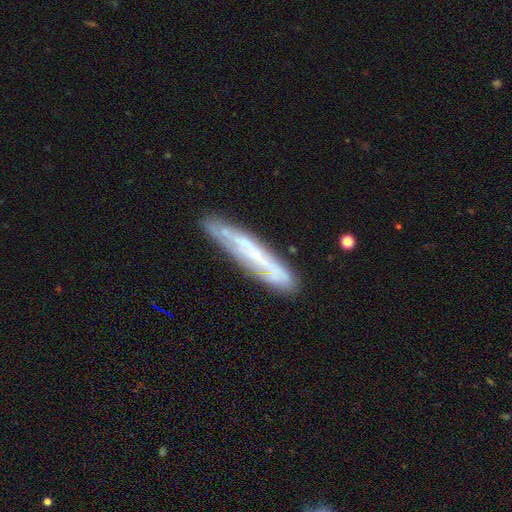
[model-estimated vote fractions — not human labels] Overall: featured or disk (64%; smooth 29%). Edge-on disk: yes (67%; no 33%). Merging: none (79%).